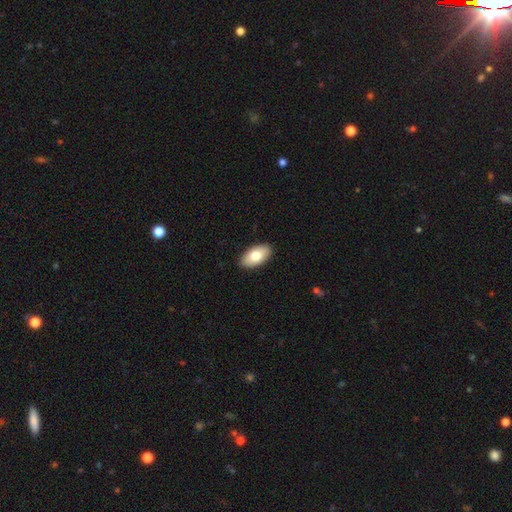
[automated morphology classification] Smooth or featured? smooth (79%)
How rounded? in between (95%)
Merging? none (90%)